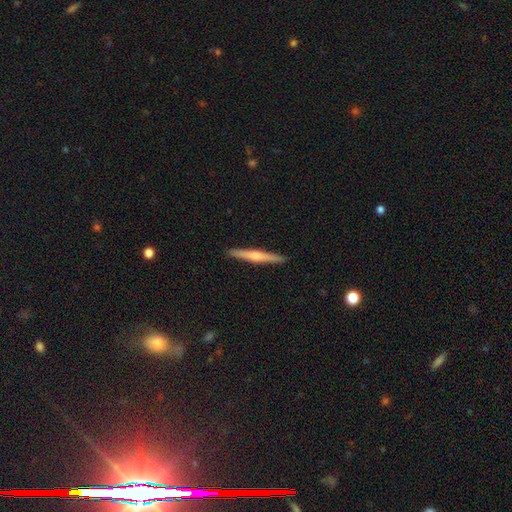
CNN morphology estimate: smooth_or_featured: featured or disk (p=0.50) [alt: smooth p=0.45]
disk_edge_on: yes (p=0.98) [alt: no p=0.02]
merging: none (p=0.92) [alt: minor disturbance p=0.06]